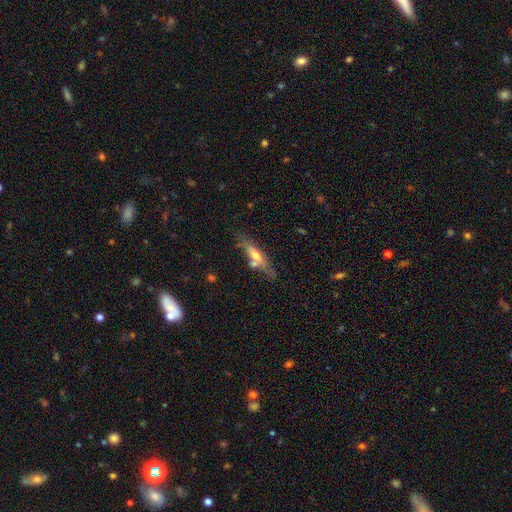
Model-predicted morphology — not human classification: smooth-or-featured: featured or disk: 50% | smooth: 44% | star or artifact: 7%
  merging: none: 63% | minor disturbance: 17% | merger: 15% | major disturbance: 5%